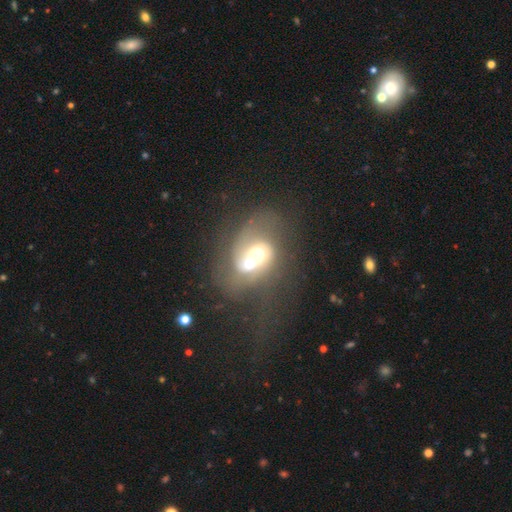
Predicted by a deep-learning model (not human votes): Q: Smooth or featured?
A: featured or disk (64%); runner-up: smooth (28%)
Q: Edge-on disk?
A: no (97%); runner-up: yes (3%)
Q: Bar?
A: no (71%); runner-up: weak (23%)
Q: Spiral arms?
A: yes (64%); runner-up: no (36%)
Q: Bulge size?
A: moderate (61%); runner-up: large (19%)
Q: Merging?
A: merger (70%); runner-up: major disturbance (12%)